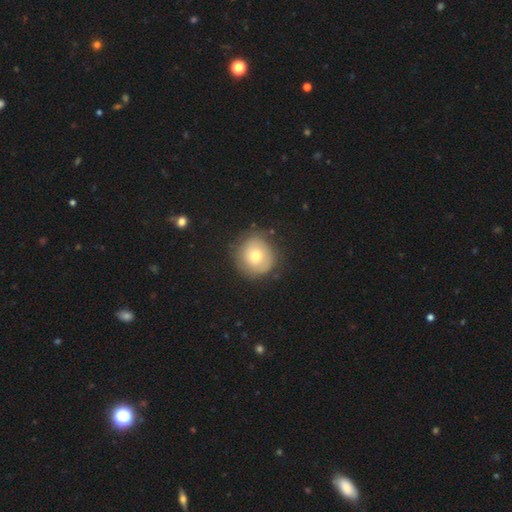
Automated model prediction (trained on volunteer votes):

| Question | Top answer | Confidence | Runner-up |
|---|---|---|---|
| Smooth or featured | smooth | 65% | featured or disk (26%) |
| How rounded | round | 89% | in between (10%) |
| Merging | none | 79% | minor disturbance (15%) |